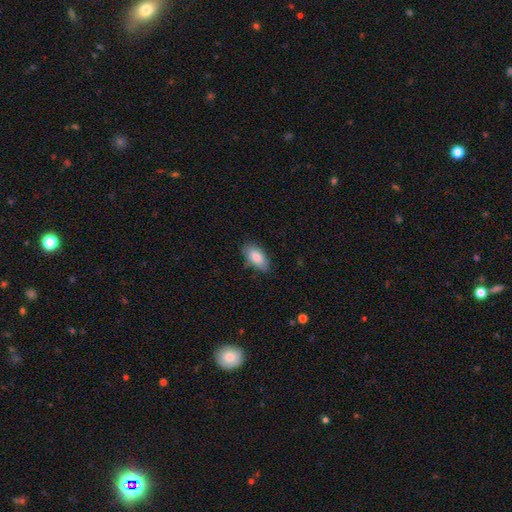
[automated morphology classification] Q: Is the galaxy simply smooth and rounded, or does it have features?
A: smooth — 82%.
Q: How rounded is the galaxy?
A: in between — 91%.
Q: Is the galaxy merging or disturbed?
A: none — 80%.